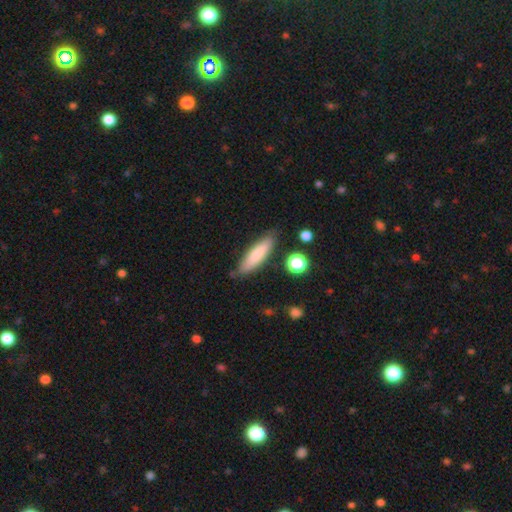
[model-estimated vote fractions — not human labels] Morphology: type=smooth (78%); roundness=cigar-shaped (71%); merging=none (82%).